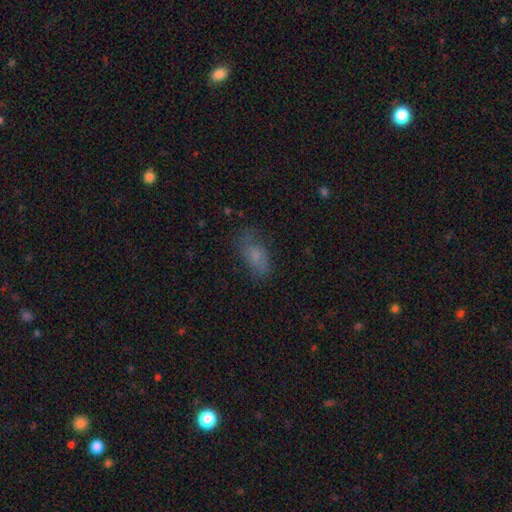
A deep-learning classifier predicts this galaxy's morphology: Smooth or featured? Predicted: smooth (p=0.66). How rounded? Predicted: in between (p=0.86). Merging? Predicted: none (p=0.60).